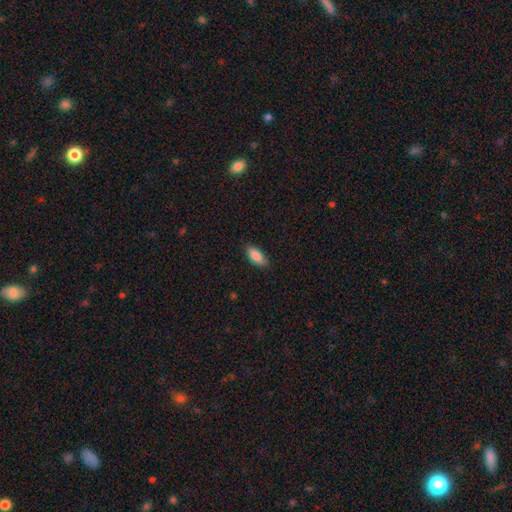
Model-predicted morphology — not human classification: Overall: smooth (86%). How rounded: in between (84%). Merging: none (84%).